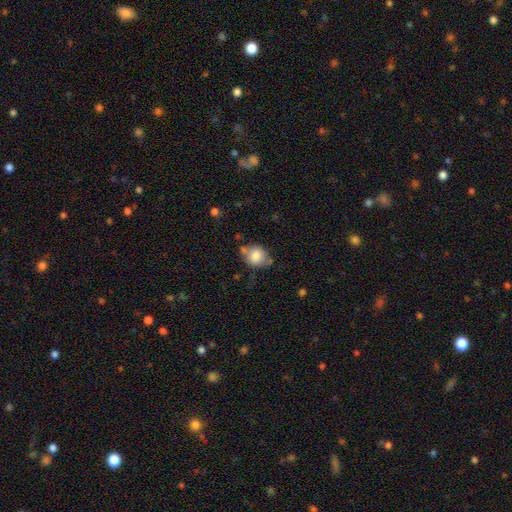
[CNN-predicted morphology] type=smooth (77%); roundness=round (60%); merging=none (60%).